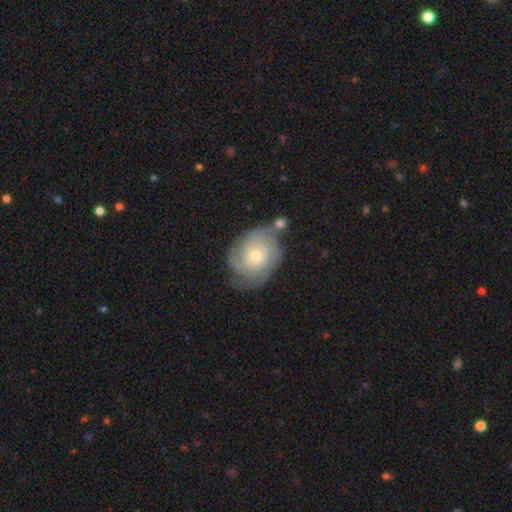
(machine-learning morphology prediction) smooth_or_featured: featured or disk (p=0.84) [alt: smooth p=0.11]
disk_edge_on: no (p=0.97) [alt: yes p=0.03]
bar: no (p=0.80) [alt: weak p=0.17]
has_spiral_arms: yes (p=0.95) [alt: no p=0.05]
spiral_winding: tight (p=0.72) [alt: medium p=0.23]
spiral_arm_count: 3 (p=0.29) [alt: 2 p=0.28]
bulge_size: moderate (p=0.49) [alt: small p=0.47]
merging: none (p=0.61) [alt: minor disturbance p=0.21]